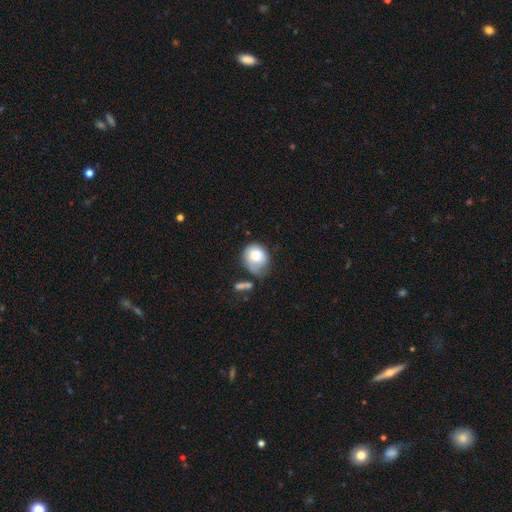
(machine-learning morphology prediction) Smooth or featured? smooth (75%)
How rounded? round (63%)
Merging? none (33%)